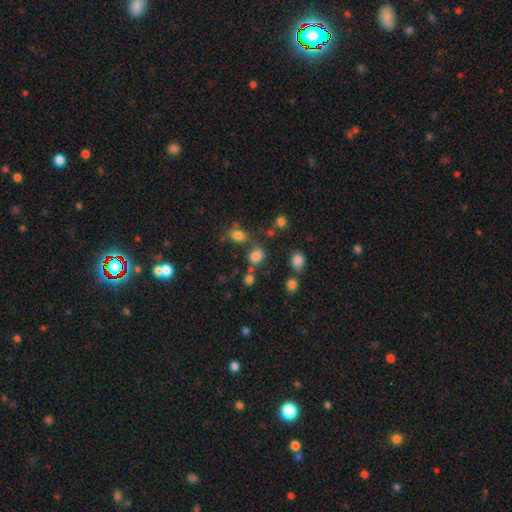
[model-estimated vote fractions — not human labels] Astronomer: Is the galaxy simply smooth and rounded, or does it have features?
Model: smooth — 75%.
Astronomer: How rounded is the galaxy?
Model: round — 53% (runner-up: in between, 46%).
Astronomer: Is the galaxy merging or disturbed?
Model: none — 52%.